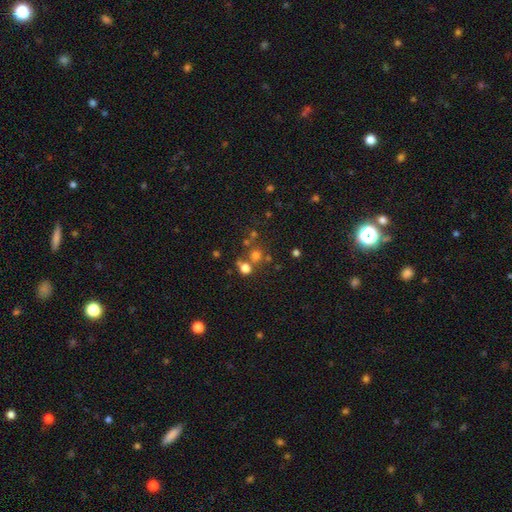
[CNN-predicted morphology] type=smooth (64%); roundness=round (90%); merging=none (64%).